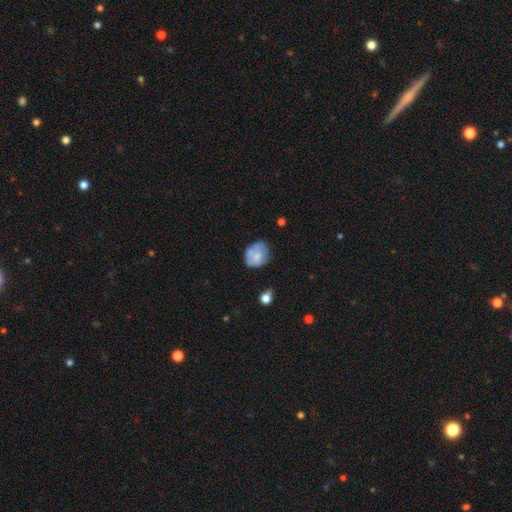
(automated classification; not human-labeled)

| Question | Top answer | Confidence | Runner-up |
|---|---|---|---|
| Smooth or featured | smooth | 60% | featured or disk (32%) |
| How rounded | round | 55% | in between (45%) |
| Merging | none | 50% | minor disturbance (28%) |